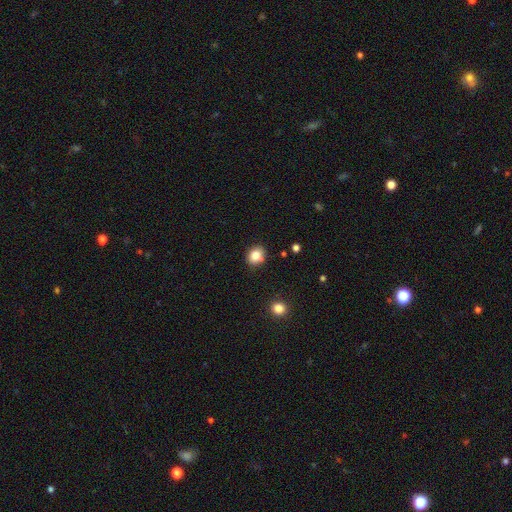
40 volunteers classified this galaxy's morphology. smooth_or_featured: smooth (p=0.88) [alt: featured or disk p=0.10]
how_rounded: round (p=0.77) [alt: in between p=0.23]
merging: none (p=0.92) [alt: minor disturbance p=0.05]